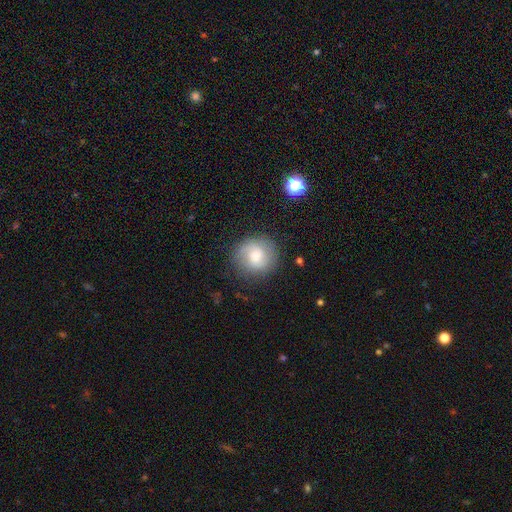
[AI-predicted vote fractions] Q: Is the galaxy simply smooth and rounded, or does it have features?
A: featured or disk — 55%.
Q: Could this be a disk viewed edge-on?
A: no — 98%.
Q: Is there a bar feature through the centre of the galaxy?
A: no — 58%.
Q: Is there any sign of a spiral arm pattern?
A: yes — 89%.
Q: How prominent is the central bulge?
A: moderate — 54%.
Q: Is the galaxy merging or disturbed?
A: none — 82%.